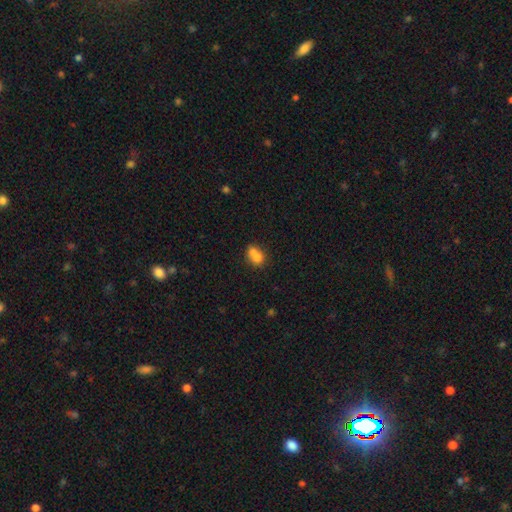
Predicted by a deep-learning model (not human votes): Smooth or featured: smooth — 71% (featured or disk — 18%)
How rounded: in between — 51% (round — 48%)
Merging: merger — 63% (none — 25%)